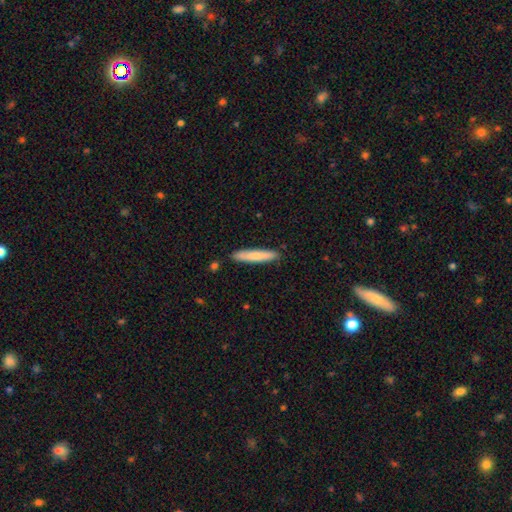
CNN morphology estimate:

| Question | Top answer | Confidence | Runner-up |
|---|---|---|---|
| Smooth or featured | smooth | 72% | featured or disk (22%) |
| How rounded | cigar-shaped | 91% | in between (8%) |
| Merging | none | 88% | minor disturbance (9%) |